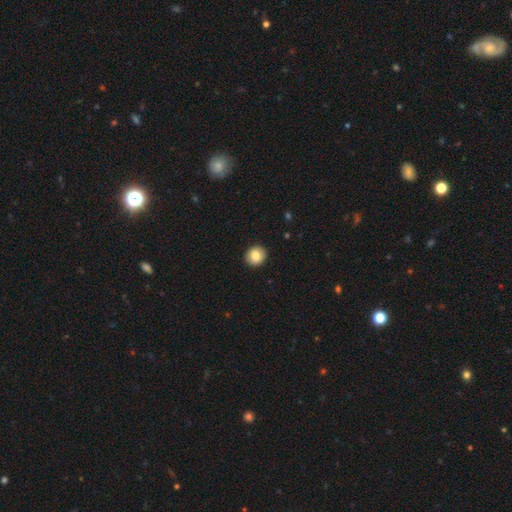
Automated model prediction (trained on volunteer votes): This is clearly a smooth galaxy (85%). How rounded: clearly round (84%). Merging: clearly none (91%).